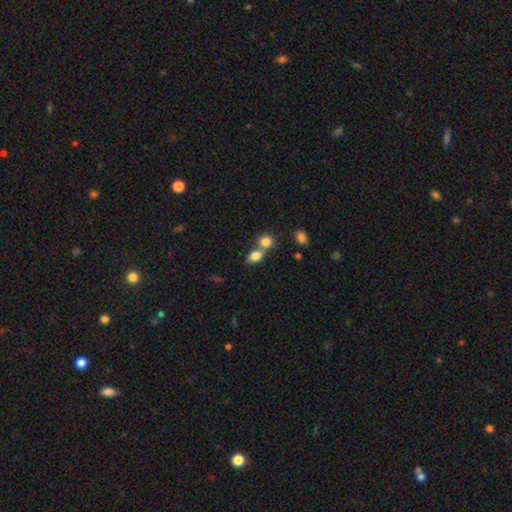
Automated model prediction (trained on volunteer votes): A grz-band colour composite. It shows a smooth galaxy with no disk features (81%) that is in between round and cigar-shaped (71%). Merging: merger (50%).